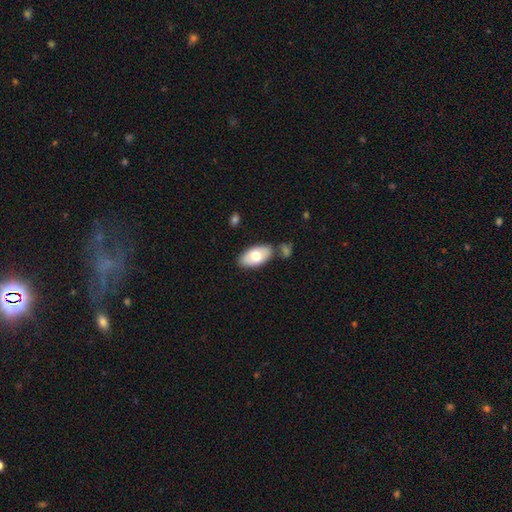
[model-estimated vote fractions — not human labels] smooth 67%, featured or disk 27%, star or artifact 6%. Down the decision tree: how rounded — in between (94%); merging — none (73%).